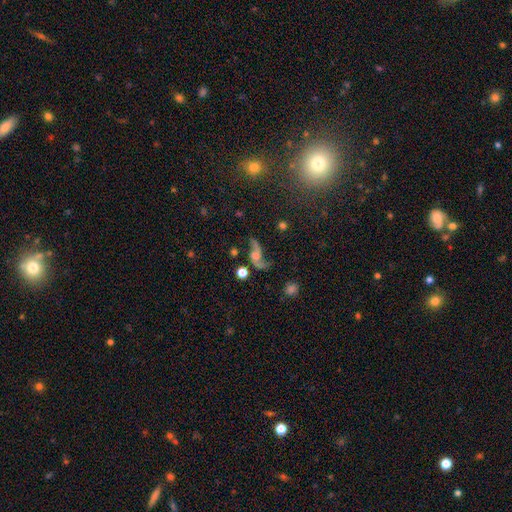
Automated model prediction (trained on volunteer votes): featured or disk 80%, star or artifact 10%, smooth 9%. Down the decision tree: edge-on disk — no (95%); bar — no (65%); spiral arms — yes (94%); spiral arm count — 2 (91%); spiral winding — loose (85%); bulge size — moderate (43%); merging — none (62%).